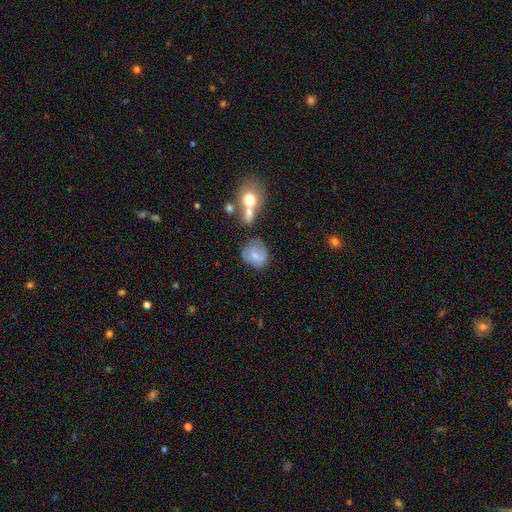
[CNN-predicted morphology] smooth 62%, featured or disk 29%, star or artifact 9%. Down the decision tree: how rounded — round (64%); merging — none (60%).